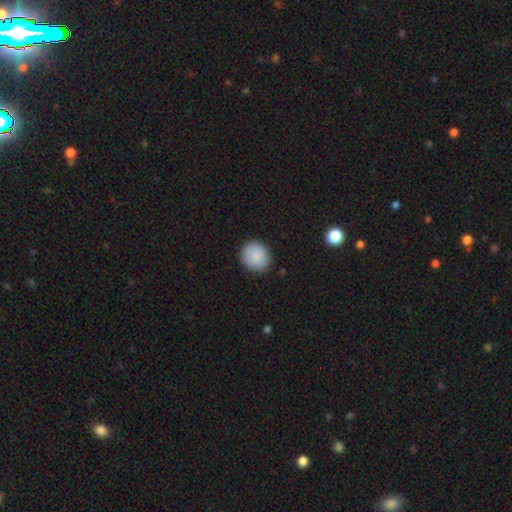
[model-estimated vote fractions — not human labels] Morphology: type=smooth (89%); roundness=round (81%); merging=none (88%).